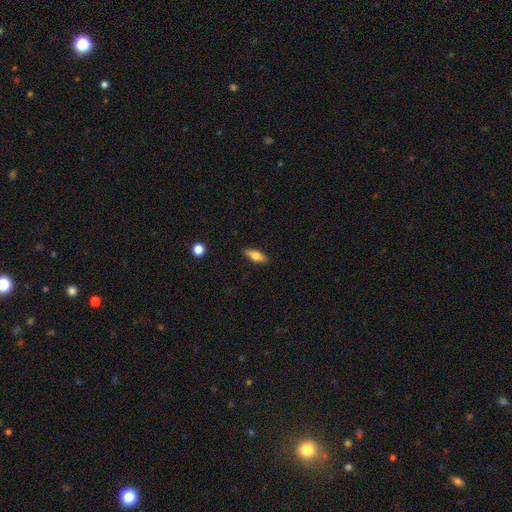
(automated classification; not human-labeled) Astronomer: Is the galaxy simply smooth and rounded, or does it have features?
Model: smooth — 72%.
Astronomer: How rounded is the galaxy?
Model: in between — 65%.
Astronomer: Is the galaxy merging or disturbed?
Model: none — 86%.